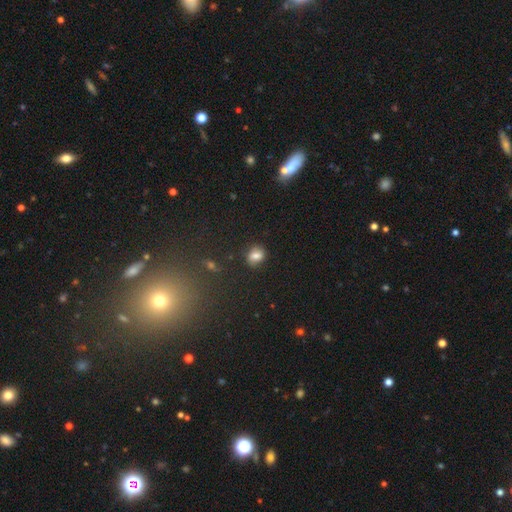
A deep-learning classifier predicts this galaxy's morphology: The model was most divided on "how rounded": round: 54%, in between: 45%, cigar-shaped: 1%. More confident: smooth or featured — smooth (77%); merging — none (73%).